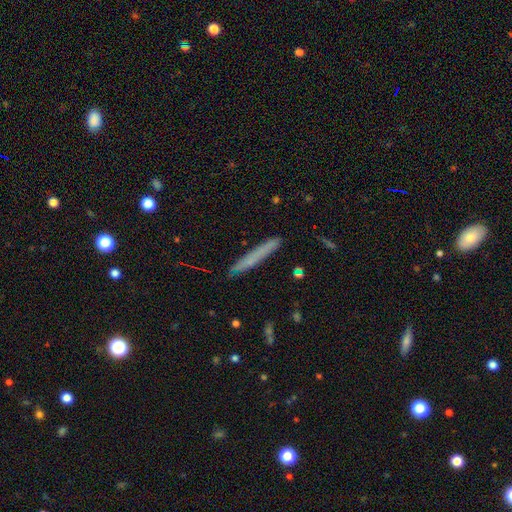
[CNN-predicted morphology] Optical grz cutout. It shows a smooth galaxy with no disk features (65%) that is cigar-shaped (96%). Merging: none (88%).